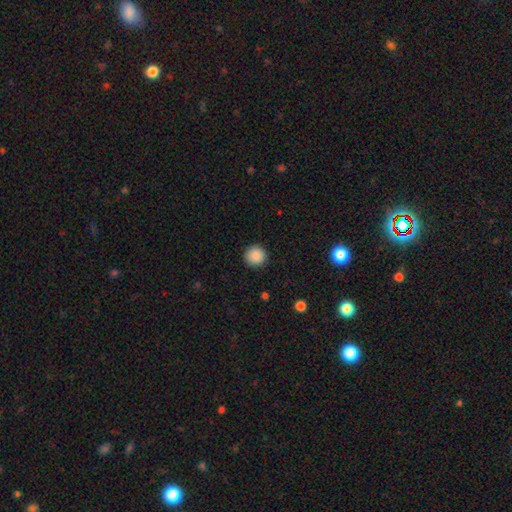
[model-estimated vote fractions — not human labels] The model was most divided on "smooth or featured": smooth: 88%, star or artifact: 9%, featured or disk: 3%. More confident: how rounded — round (95%); merging — none (92%).